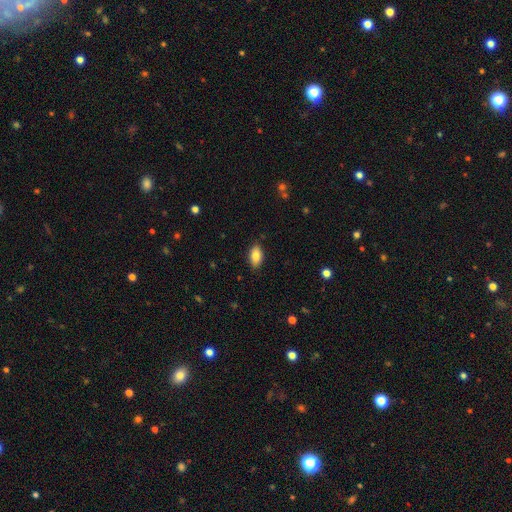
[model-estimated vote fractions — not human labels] The model was most divided on "smooth or featured": smooth: 82%, featured or disk: 10%, star or artifact: 7%. More confident: how rounded — in between (92%); merging — none (86%).